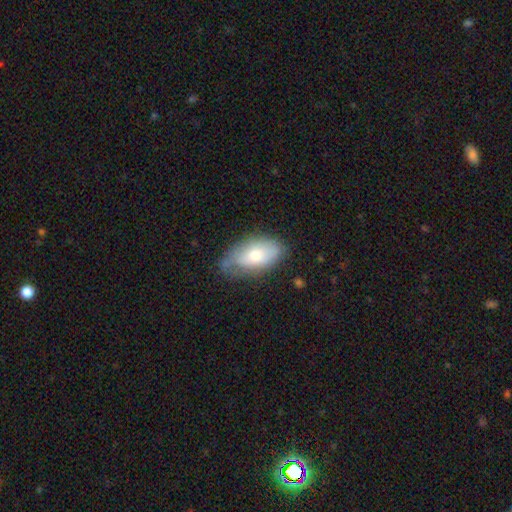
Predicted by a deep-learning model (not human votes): A smooth galaxy with no disk features (61%) that is in between round and cigar-shaped (92%). Merging: none (56%).